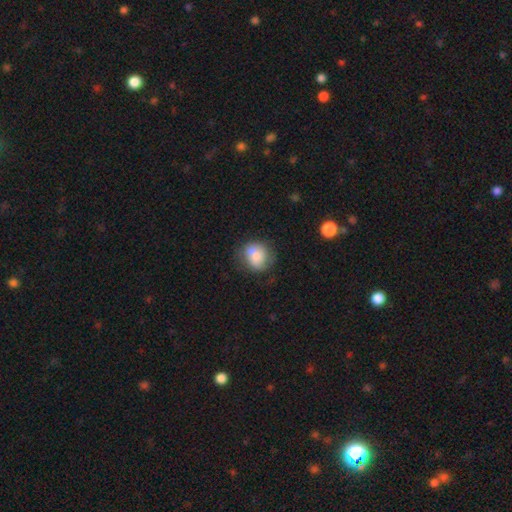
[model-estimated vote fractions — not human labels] Q: Smooth or featured?
A: smooth (76%); runner-up: featured or disk (16%)
Q: How rounded?
A: round (71%); runner-up: in between (28%)
Q: Merging?
A: none (64%); runner-up: minor disturbance (23%)